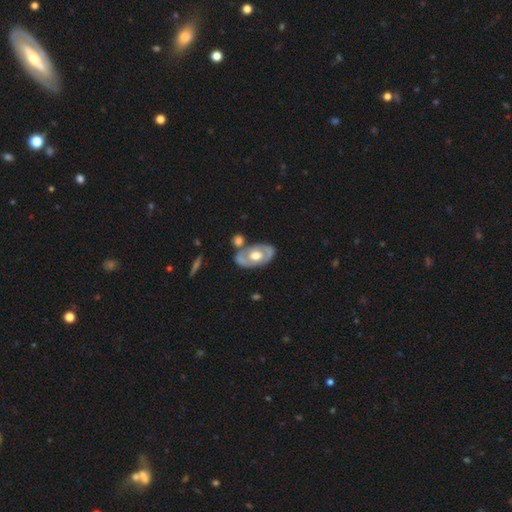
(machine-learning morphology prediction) smooth_or_featured: featured or disk (p=0.62) [alt: smooth p=0.32]
disk_edge_on: no (p=0.91) [alt: yes p=0.09]
bar: no (p=0.81) [alt: weak p=0.14]
has_spiral_arms: no (p=0.68) [alt: yes p=0.32]
bulge_size: moderate (p=0.61) [alt: large p=0.32]
merging: none (p=0.58) [alt: merger p=0.18]